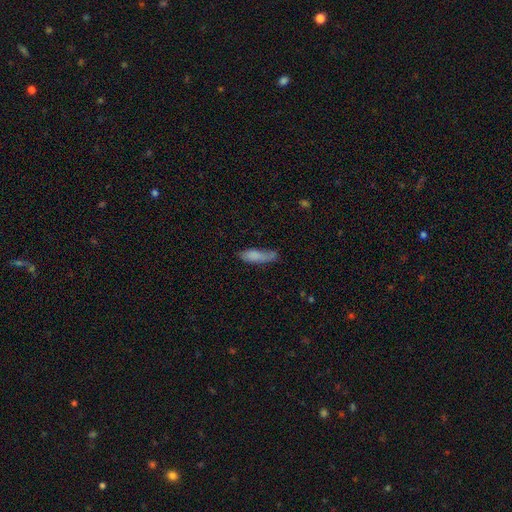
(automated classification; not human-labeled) Smooth or featured? Predicted: smooth (p=0.79). How rounded? Predicted: cigar-shaped (p=0.58). Merging? Predicted: none (p=0.51).